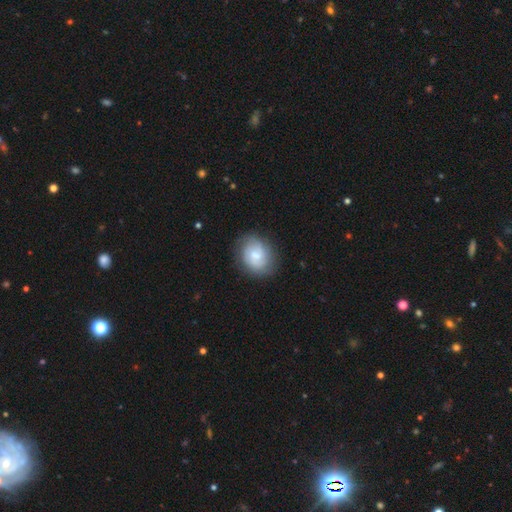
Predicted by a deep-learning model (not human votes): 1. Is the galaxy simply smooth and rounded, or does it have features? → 48% smooth, 45% featured or disk, 7% star or artifact.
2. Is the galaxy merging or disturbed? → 76% none, 17% minor disturbance, 6% major disturbance, 1% merger.